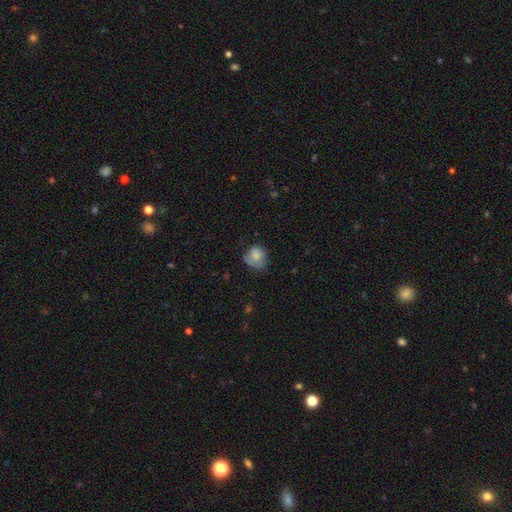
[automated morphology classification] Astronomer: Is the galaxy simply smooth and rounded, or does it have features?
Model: smooth — 75%.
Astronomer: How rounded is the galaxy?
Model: round — 66%.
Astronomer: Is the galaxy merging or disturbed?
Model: none — 45% (runner-up: minor disturbance, 34%).